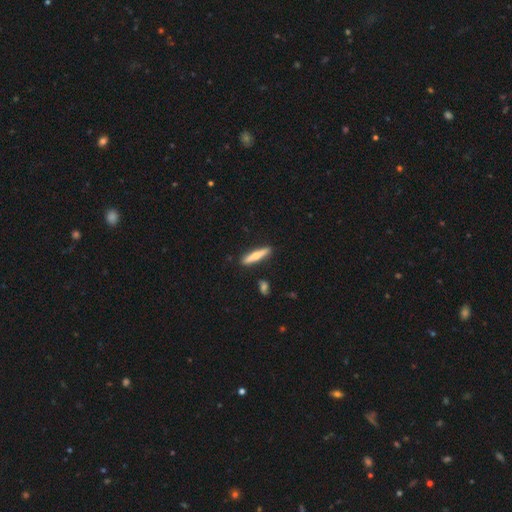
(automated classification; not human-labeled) A smooth galaxy with no disk features (53%) that is cigar-shaped (88%).

Vote fractions:
- Smooth or featured? smooth: 53% / featured or disk: 42% / star or artifact: 5%
- How rounded? cigar-shaped: 88% / in between: 11% / round: 2%
- Merging? none: 88% / minor disturbance: 8% / merger: 3% / major disturbance: 2%